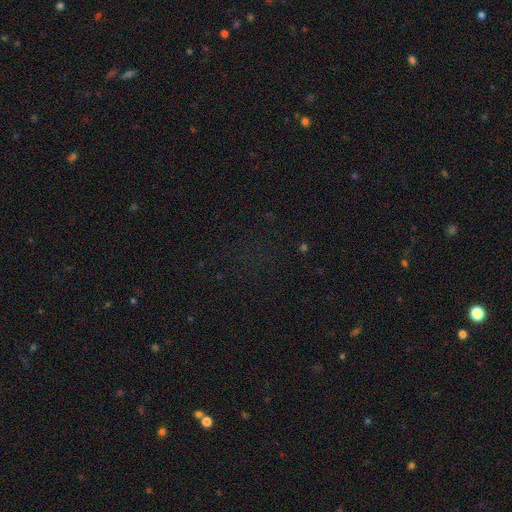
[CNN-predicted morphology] A star or artifact, not a galaxy (72%).